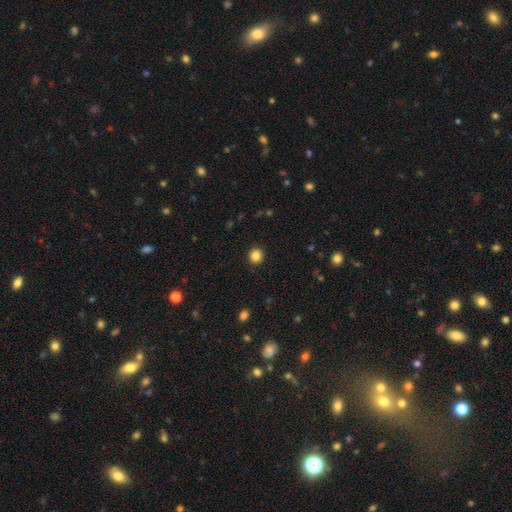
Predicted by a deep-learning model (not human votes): Morphology: type=smooth (85%); roundness=round (85%); merging=none (92%).